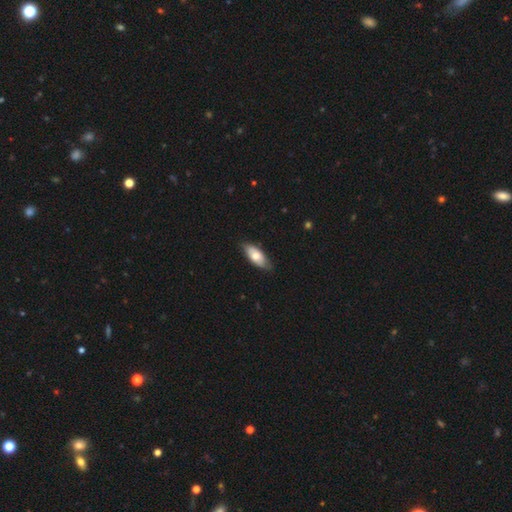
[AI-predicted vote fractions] This appears to be a smooth galaxy with no disk features (67%) that is in between round and cigar-shaped (82%). Merging: none (81%).